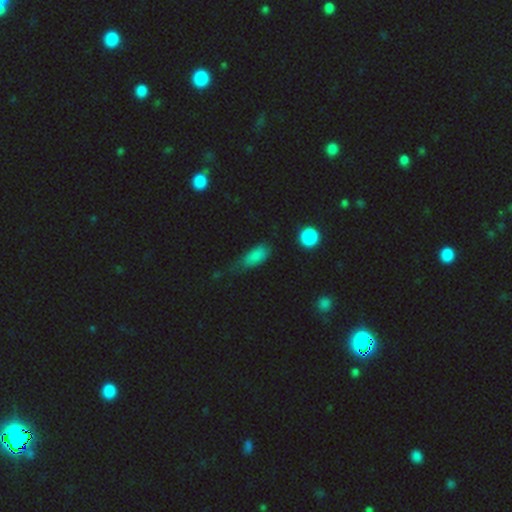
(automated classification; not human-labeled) This is likely a smooth galaxy (80%). How rounded: likely in between (80%). Merging: marginally none (42%).